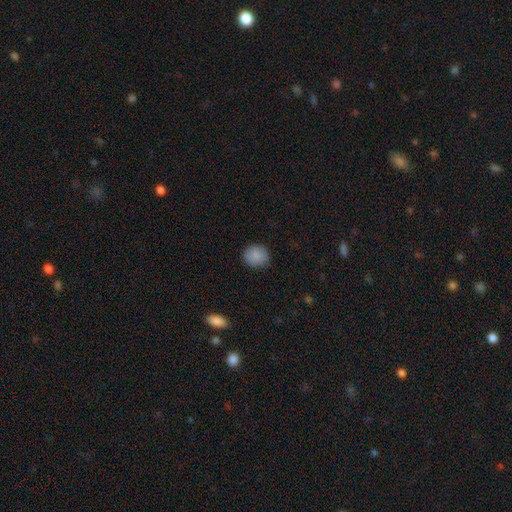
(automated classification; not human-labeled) Smooth or featured?
  - smooth: 87% *
  - star or artifact: 8%
  - featured or disk: 5%
How rounded?
  - round: 82% *
  - in between: 17%
  - cigar-shaped: 1%
Merging?
  - none: 83% *
  - minor disturbance: 13%
  - major disturbance: 3%
  - merger: 1%